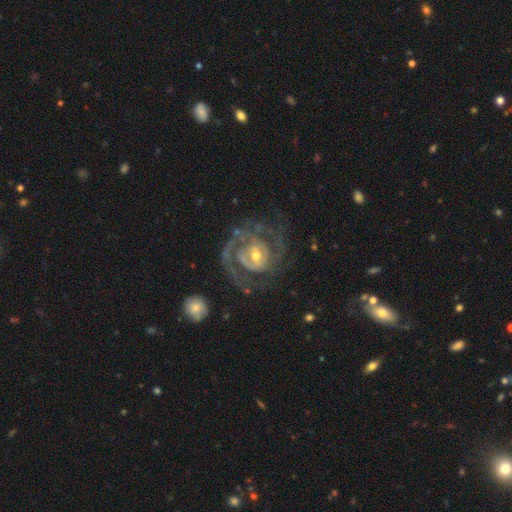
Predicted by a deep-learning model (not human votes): Smooth or featured: featured or disk — 89% (smooth — 6%)
Edge-on disk: no — 98% (yes — 2%)
Bar: no — 43% (weak — 42%)
Spiral arms: yes — 94% (no — 6%)
Spiral winding: tight — 55% (medium — 35%)
Spiral arm count: 2 — 38% (can't tell — 23%)
Bulge size: moderate — 54% (small — 40%)
Merging: none — 61% (major disturbance — 20%)